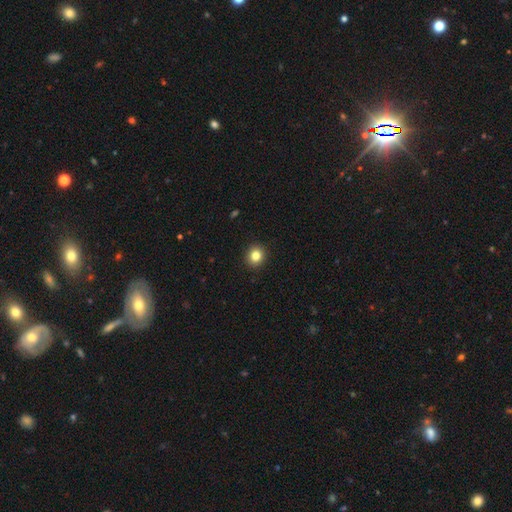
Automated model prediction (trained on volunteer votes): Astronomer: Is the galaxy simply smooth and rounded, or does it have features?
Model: smooth — 83%.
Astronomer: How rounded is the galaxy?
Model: round — 83%.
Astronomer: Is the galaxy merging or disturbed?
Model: none — 92%.